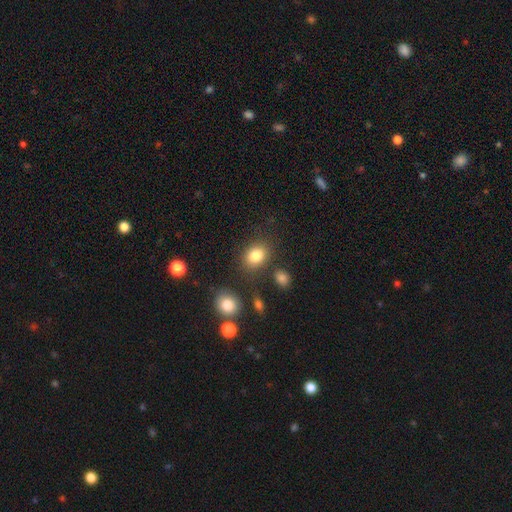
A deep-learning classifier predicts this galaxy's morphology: The model was most divided on "how rounded": in between: 56%, round: 43%, cigar-shaped: 1%. More confident: smooth or featured — smooth (82%); merging — none (78%).